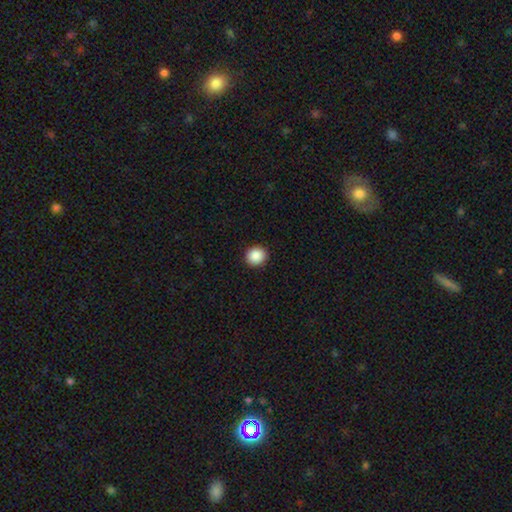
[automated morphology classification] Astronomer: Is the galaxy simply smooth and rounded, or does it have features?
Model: smooth — 89%.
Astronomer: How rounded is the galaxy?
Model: round — 85%.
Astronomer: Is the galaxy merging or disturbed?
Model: none — 92%.